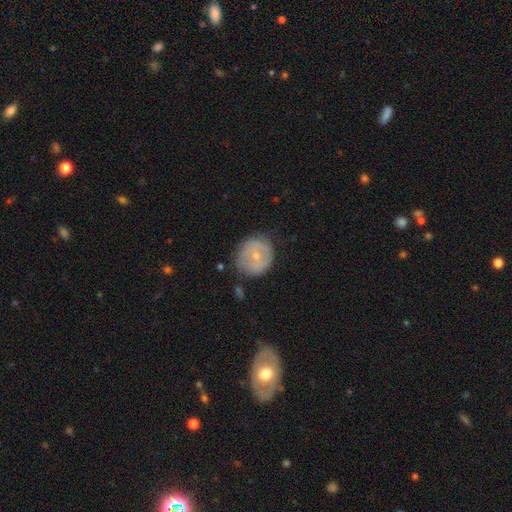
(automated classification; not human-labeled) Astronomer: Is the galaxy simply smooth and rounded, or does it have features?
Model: smooth — 48% (runner-up: featured or disk, 45%).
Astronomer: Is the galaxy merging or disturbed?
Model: none — 70%.